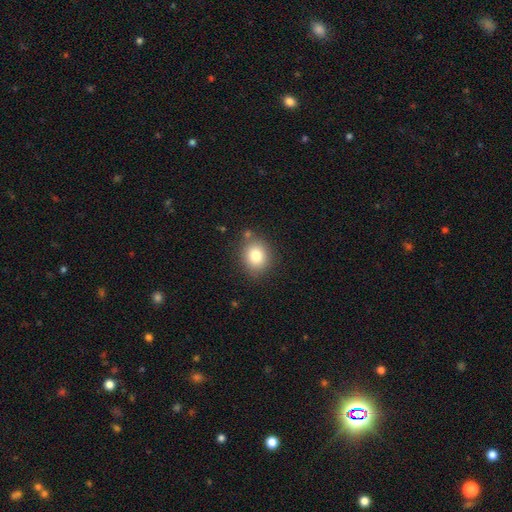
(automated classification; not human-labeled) Q: Smooth or featured?
A: smooth (80%); runner-up: star or artifact (10%)
Q: How rounded?
A: round (66%); runner-up: in between (33%)
Q: Merging?
A: none (81%); runner-up: minor disturbance (11%)